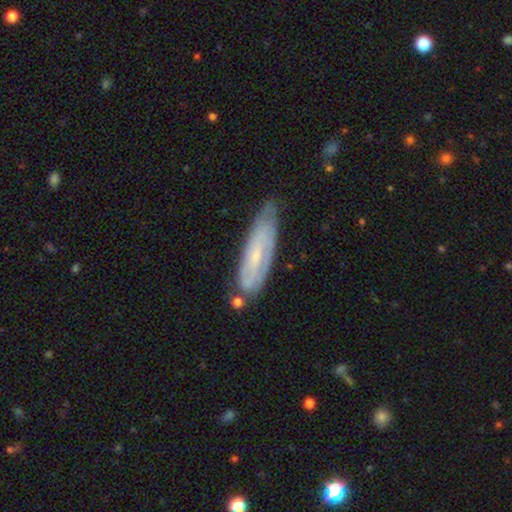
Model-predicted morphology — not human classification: This is possibly a featured or disk galaxy (56%). It is likely not viewed edge-on (72%). Merging: possibly none (59%).